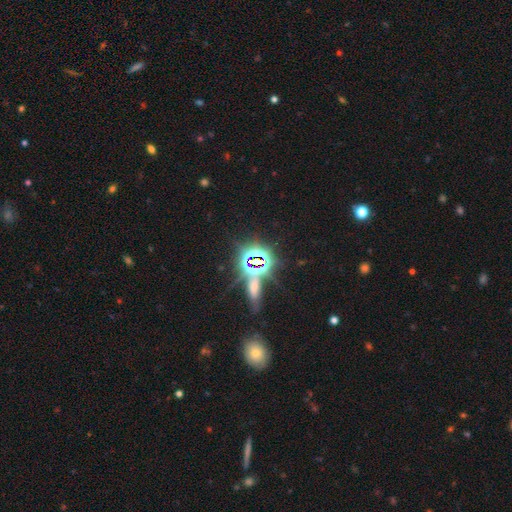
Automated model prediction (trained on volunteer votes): This is likely a star or artifact rather than a galaxy (77%).